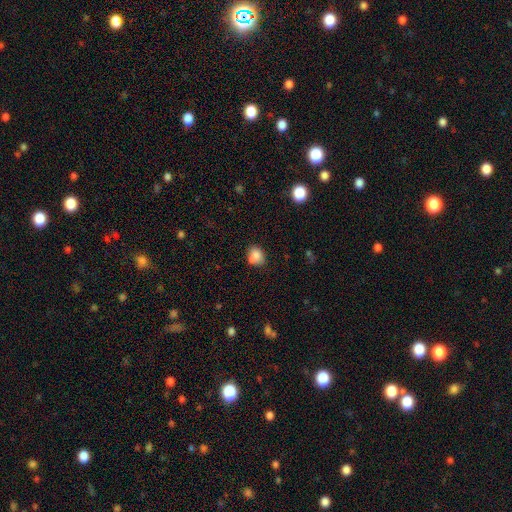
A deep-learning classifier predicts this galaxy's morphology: smooth-or-featured: smooth: 81% | star or artifact: 10% | featured or disk: 9%
  how-rounded: round: 55% | in between: 44% | cigar-shaped: 1%
  merging: none: 59% | minor disturbance: 21% | merger: 14% | major disturbance: 5%